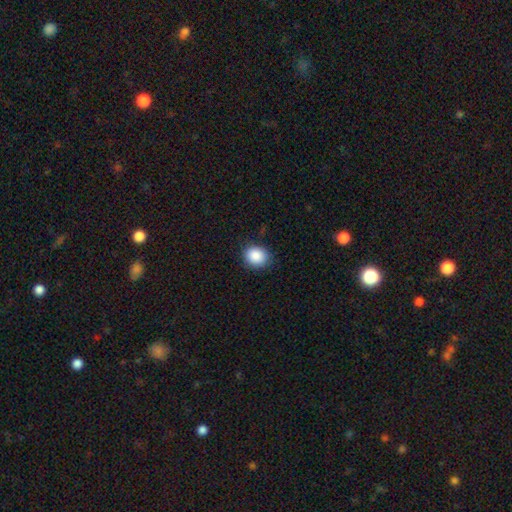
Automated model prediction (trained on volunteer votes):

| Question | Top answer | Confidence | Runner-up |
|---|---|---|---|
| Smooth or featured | smooth | 88% | star or artifact (8%) |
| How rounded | round | 65% | in between (34%) |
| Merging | none | 86% | minor disturbance (11%) |